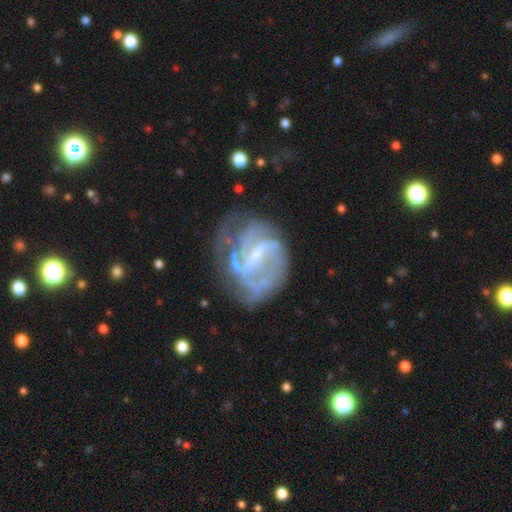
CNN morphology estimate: featured or disk 84%, smooth 9%, star or artifact 7%. Down the decision tree: edge-on disk — no (97%); bar — weak (45%); spiral arms — yes (88%); spiral arm count — 2 (40%); spiral winding — medium (43%); bulge size — small (70%); merging — none (51%).